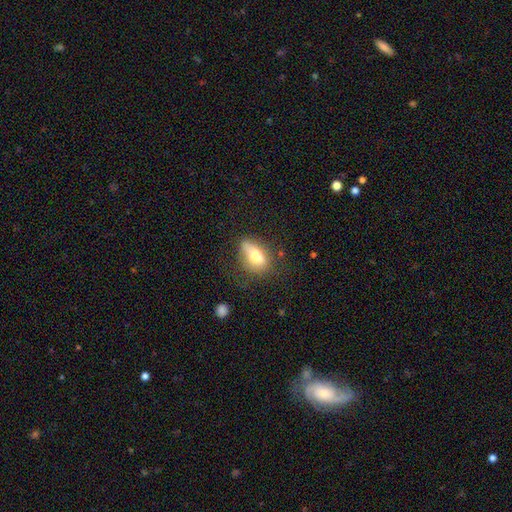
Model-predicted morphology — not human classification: smooth 74%, featured or disk 18%, star or artifact 9%. Down the decision tree: how rounded — in between (82%); merging — none (49%).